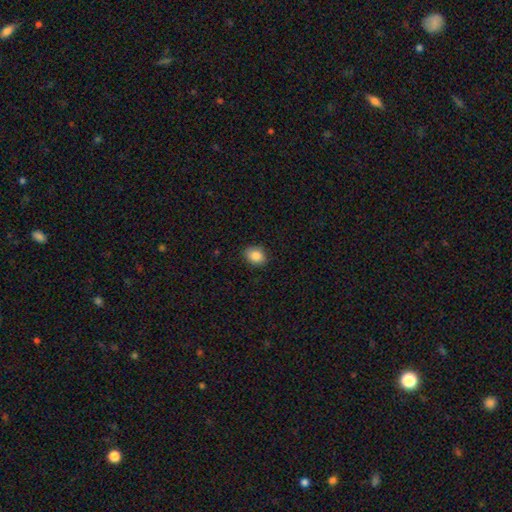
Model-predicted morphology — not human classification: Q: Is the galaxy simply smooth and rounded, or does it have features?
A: smooth — 86%.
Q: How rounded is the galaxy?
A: in between — 57%.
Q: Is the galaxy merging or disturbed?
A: none — 88%.